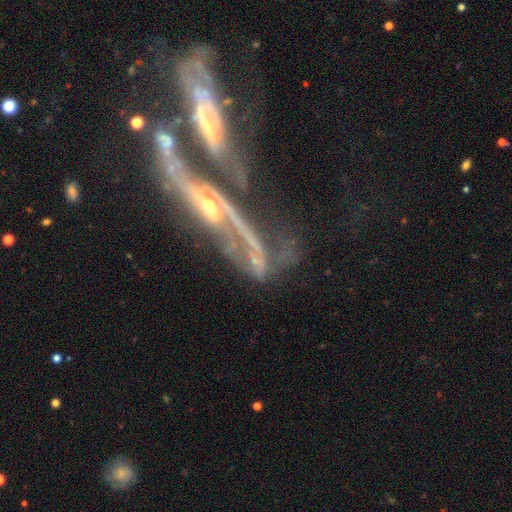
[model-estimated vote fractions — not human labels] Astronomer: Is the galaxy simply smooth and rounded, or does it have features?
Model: featured or disk — 74%.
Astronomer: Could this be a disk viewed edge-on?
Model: no — 73%.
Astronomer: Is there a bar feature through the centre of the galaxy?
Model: no — 55%.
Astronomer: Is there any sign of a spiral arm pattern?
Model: yes — 68%.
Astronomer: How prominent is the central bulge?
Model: small — 45% (runner-up: moderate, 41%).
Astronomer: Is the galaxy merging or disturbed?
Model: merger — 41% (runner-up: major disturbance, 26%).